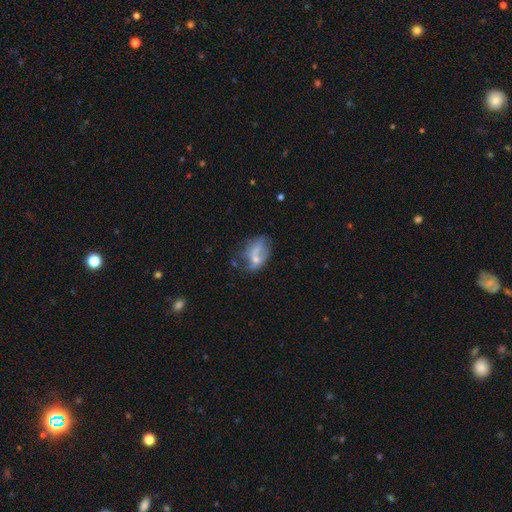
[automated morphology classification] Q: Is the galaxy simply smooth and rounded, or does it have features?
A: smooth — 46%.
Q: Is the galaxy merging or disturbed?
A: none — 31%.